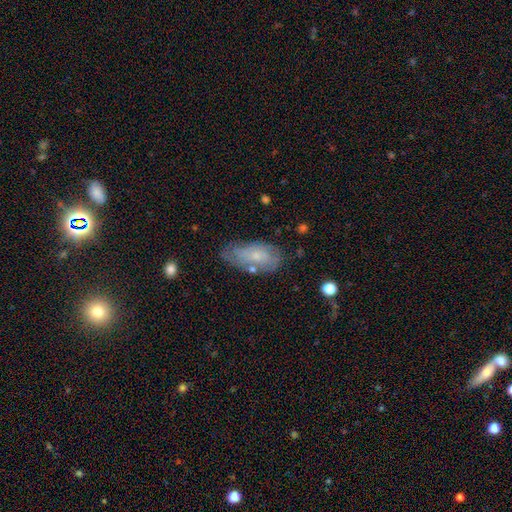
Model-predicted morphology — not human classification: A smooth galaxy with no disk features (51%) that is in between round and cigar-shaped (87%). Merging: none (57%).